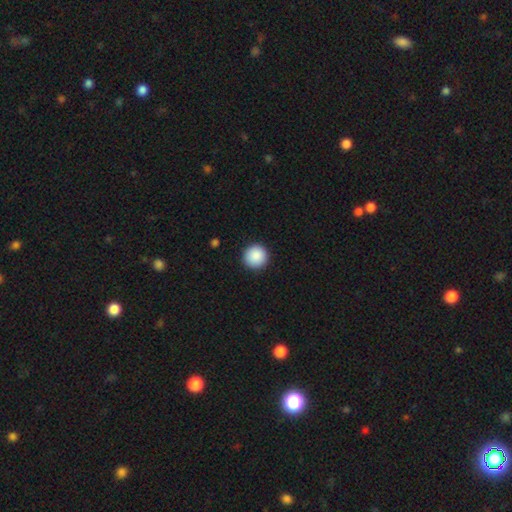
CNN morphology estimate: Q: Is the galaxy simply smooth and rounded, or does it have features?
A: smooth — 89%.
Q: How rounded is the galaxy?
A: round — 96%.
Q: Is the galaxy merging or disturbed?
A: none — 93%.